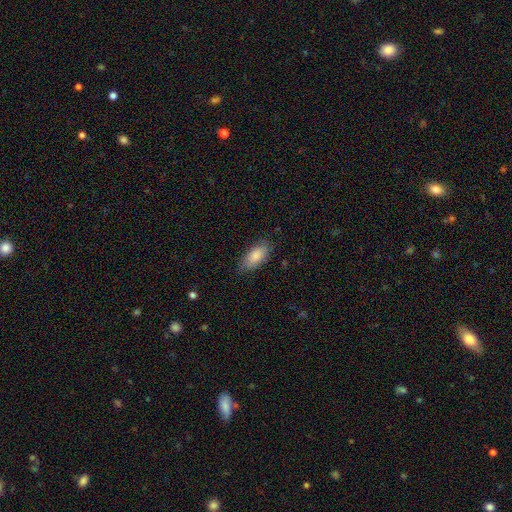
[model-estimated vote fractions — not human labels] Q: Smooth or featured?
A: smooth (84%); runner-up: featured or disk (10%)
Q: How rounded?
A: in between (90%); runner-up: cigar-shaped (8%)
Q: Merging?
A: none (78%); runner-up: minor disturbance (17%)